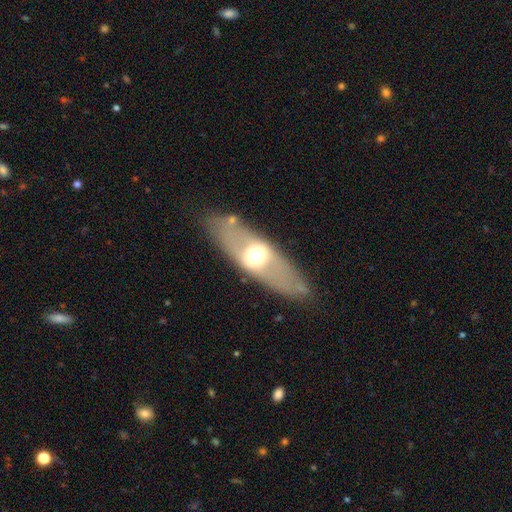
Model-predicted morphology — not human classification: This is possibly a featured or disk galaxy (57%). It is likely not viewed edge-on (62%). Merging: likely none (79%).